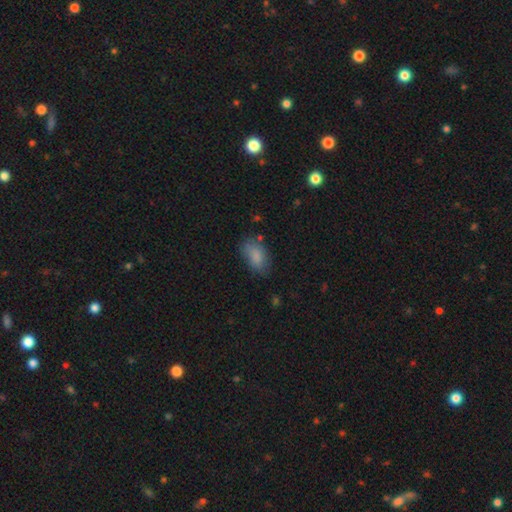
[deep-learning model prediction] Smooth or featured: smooth — 84% (star or artifact — 8%)
How rounded: in between — 91% (round — 7%)
Merging: none — 66% (minor disturbance — 24%)